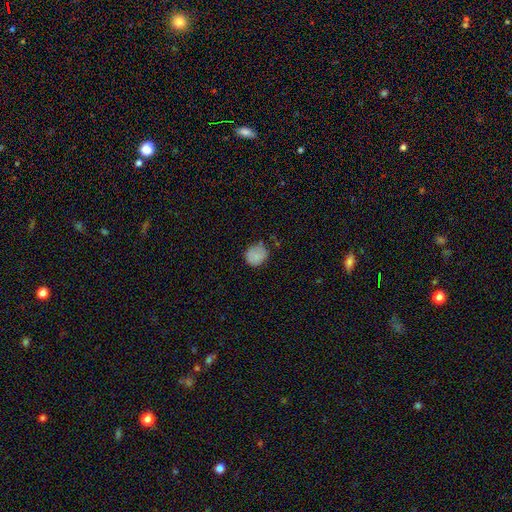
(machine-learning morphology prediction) This appears to be a smooth galaxy with no disk features (82%) that is round (74%). Merging: none (62%).